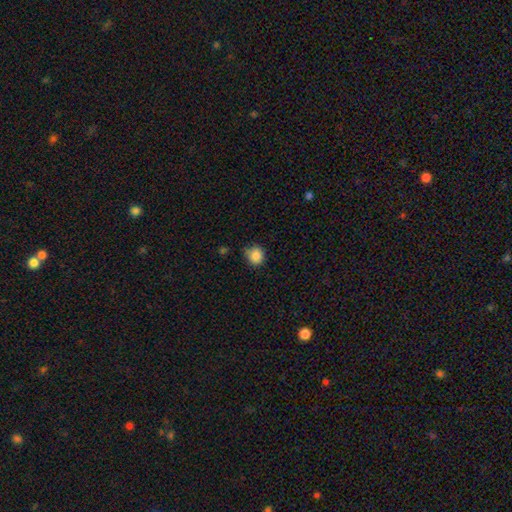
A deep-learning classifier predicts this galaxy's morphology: type=smooth (86%); roundness=round (86%); merging=none (74%).